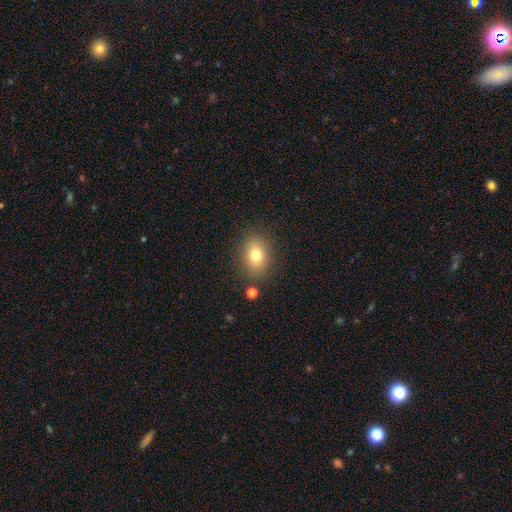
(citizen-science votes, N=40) A smooth galaxy with no disk features (92%) that is round (51%).

Vote fractions:
- Smooth or featured? smooth: 92% / featured or disk: 5% / star or artifact: 2%
- How rounded? round: 51% / in between: 49% / cigar-shaped: 0%
- Merging? none: 85% / minor disturbance: 10% / major disturbance: 3% / merger: 3%